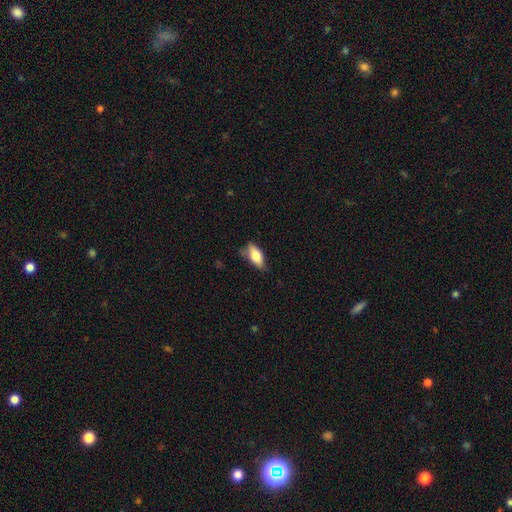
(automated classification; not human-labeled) Smooth or featured: smooth — 76% (featured or disk — 18%)
How rounded: in between — 84% (cigar-shaped — 13%)
Merging: none — 67% (minor disturbance — 25%)